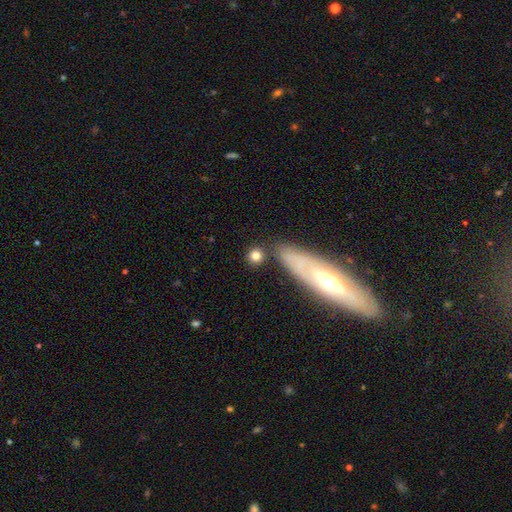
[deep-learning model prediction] smooth-or-featured: smooth: 81% | featured or disk: 10% | star or artifact: 9%
  how-rounded: round: 85% | in between: 11% | cigar-shaped: 4%
  merging: none: 78% | minor disturbance: 9% | merger: 8% | major disturbance: 4%